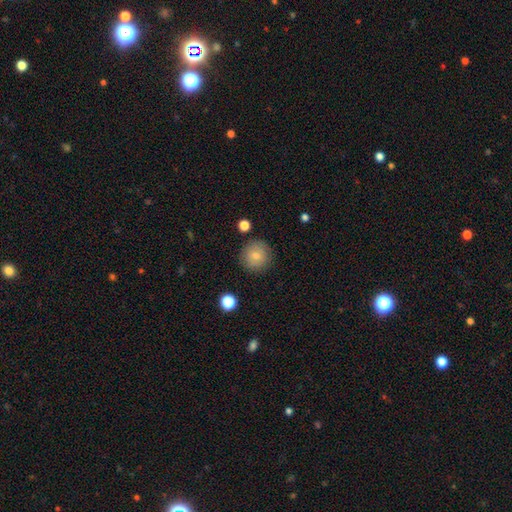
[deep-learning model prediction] smooth-or-featured: smooth: 80% | featured or disk: 11% | star or artifact: 9%
  how-rounded: round: 93% | in between: 6% | cigar-shaped: 1%
  merging: none: 87% | minor disturbance: 9% | major disturbance: 3% | merger: 2%